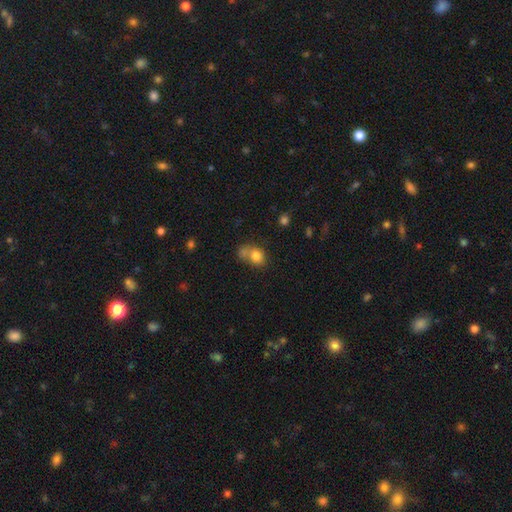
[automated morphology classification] Smooth or featured? Predicted: smooth (p=0.78). How rounded? Predicted: round (p=0.54). Merging? Predicted: merger (p=0.41).